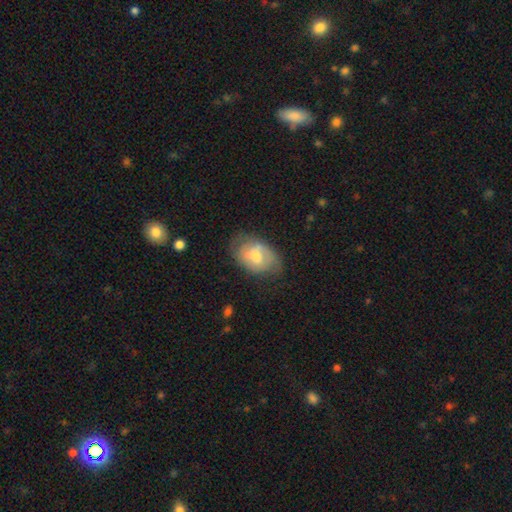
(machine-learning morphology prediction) Smooth or featured? smooth (54%)
How rounded? in between (84%)
Merging? none (57%)